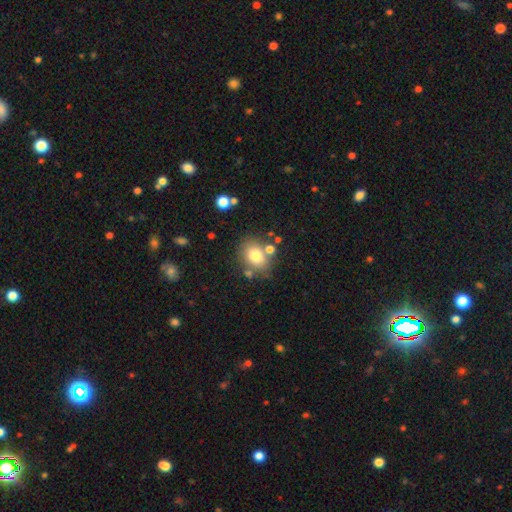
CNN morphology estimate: Smooth or featured? Predicted: smooth (p=0.76). How rounded? Predicted: round (p=0.56). Merging? Predicted: none (p=0.71).